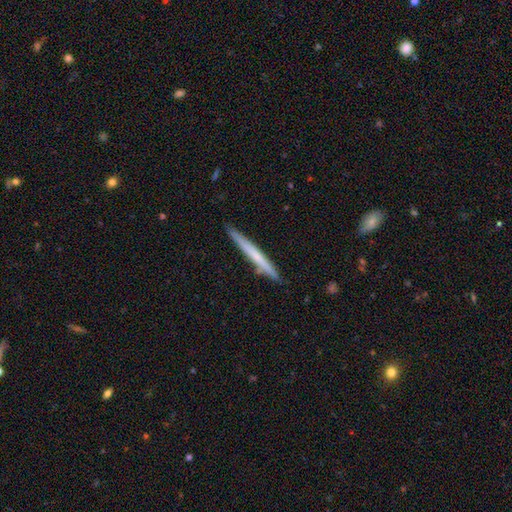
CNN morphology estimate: Smooth or featured?
  - smooth: 51% *
  - featured or disk: 43%
  - star or artifact: 6%
How rounded?
  - cigar-shaped: 97% *
  - in between: 2%
  - round: 1%
Merging?
  - none: 89% *
  - minor disturbance: 9%
  - major disturbance: 1%
  - merger: 1%